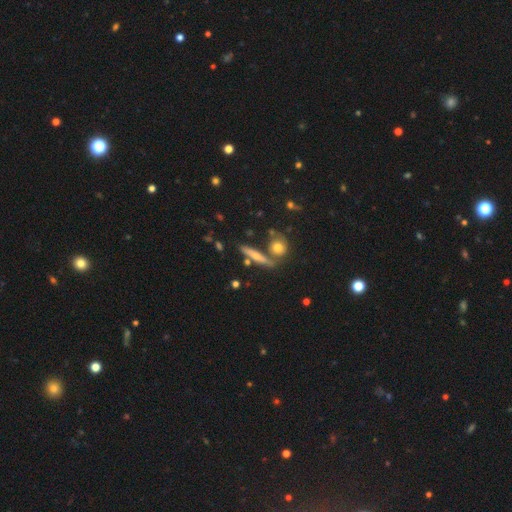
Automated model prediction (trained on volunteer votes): smooth-or-featured: featured or disk: 47% | smooth: 44% | star or artifact: 9%
  merging: none: 71% | merger: 14% | minor disturbance: 12% | major disturbance: 4%